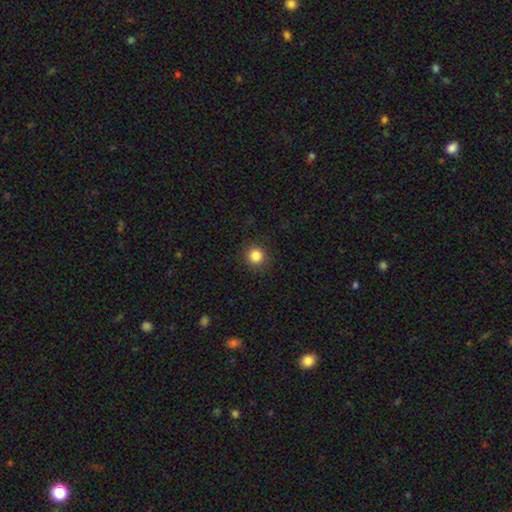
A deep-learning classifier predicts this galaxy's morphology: Q: Smooth or featured?
A: smooth (85%); runner-up: star or artifact (11%)
Q: How rounded?
A: round (94%); runner-up: in between (5%)
Q: Merging?
A: none (91%); runner-up: minor disturbance (6%)